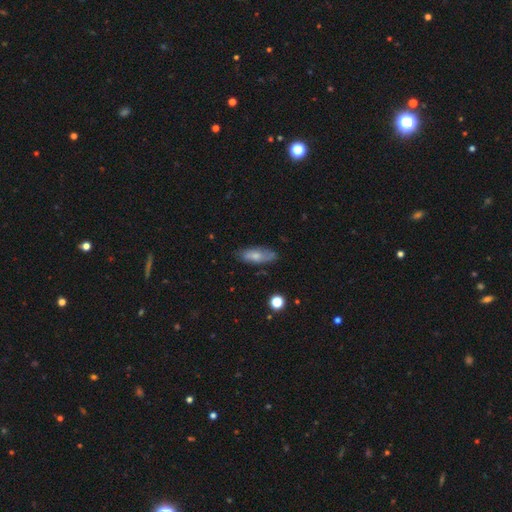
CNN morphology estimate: This appears to be a smooth galaxy with no disk features (62%) that is in between round and cigar-shaped (72%). Merging: none (75%).